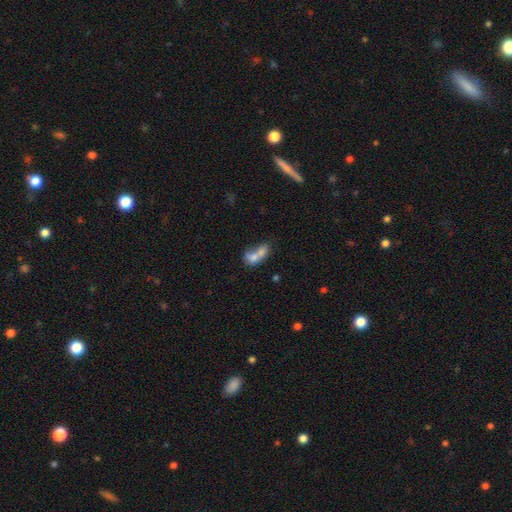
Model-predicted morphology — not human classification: Smooth or featured?
  - smooth: 69% *
  - featured or disk: 22%
  - star or artifact: 10%
How rounded?
  - in between: 68% *
  - round: 27%
  - cigar-shaped: 4%
Merging?
  - merger: 72% *
  - none: 16%
  - minor disturbance: 7%
  - major disturbance: 6%